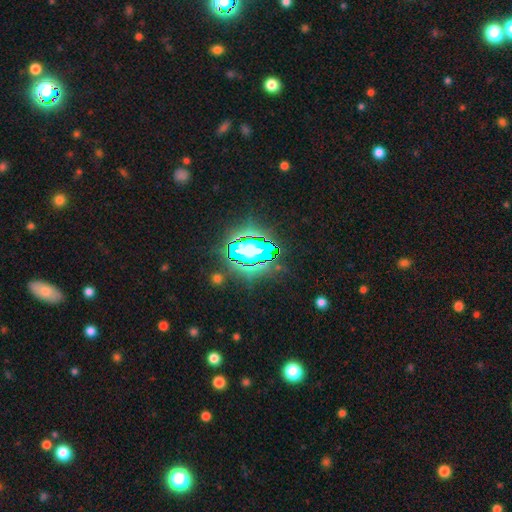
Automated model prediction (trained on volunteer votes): Smooth or featured? star or artifact (81%)